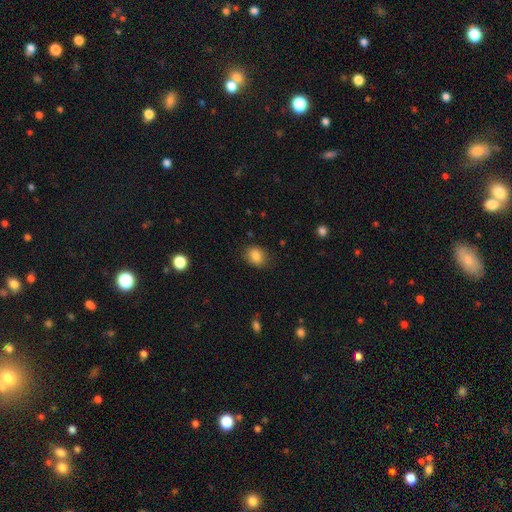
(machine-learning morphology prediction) The model was most divided on "how rounded": round: 51%, in between: 48%, cigar-shaped: 1%. More confident: smooth or featured — smooth (84%); merging — none (84%).